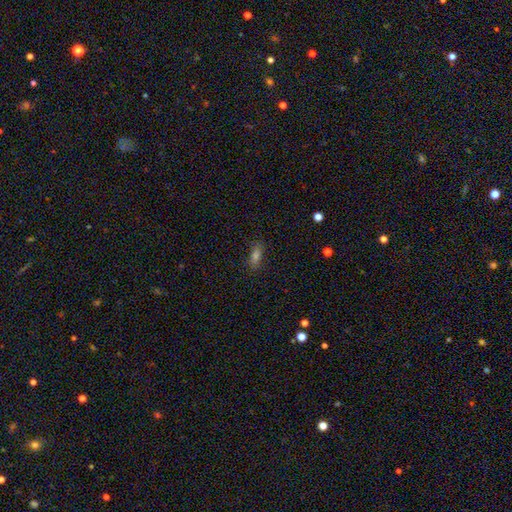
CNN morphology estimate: smooth-or-featured: smooth: 65% | star or artifact: 22% | featured or disk: 13%
  how-rounded: in between: 69% | cigar-shaped: 24% | round: 7%
  merging: none: 83% | minor disturbance: 11% | major disturbance: 4% | merger: 2%